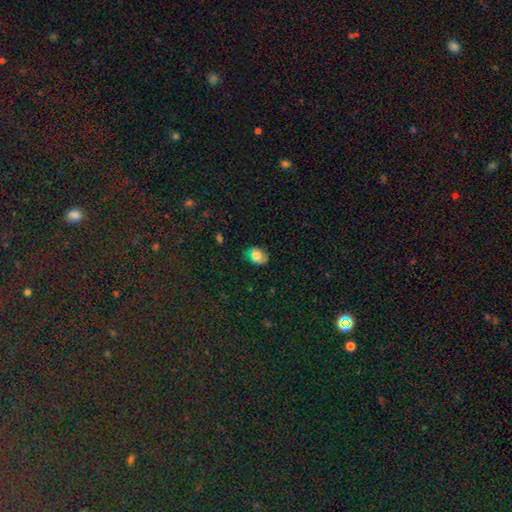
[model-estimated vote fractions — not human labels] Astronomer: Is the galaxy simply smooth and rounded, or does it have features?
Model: smooth — 66%.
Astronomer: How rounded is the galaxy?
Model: in between — 66%.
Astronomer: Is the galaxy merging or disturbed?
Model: none — 63%.